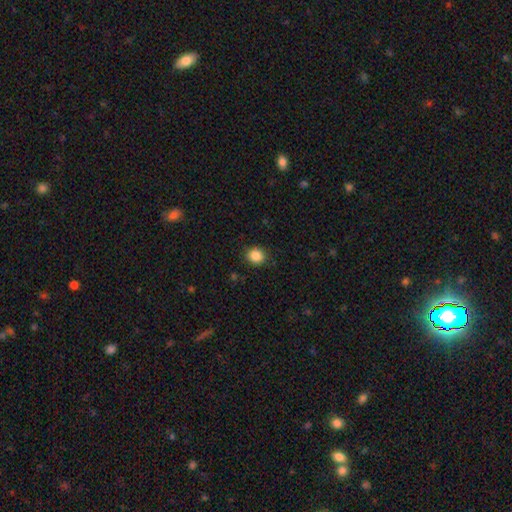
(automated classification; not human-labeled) The model was most divided on "how rounded": round: 73%, in between: 26%, cigar-shaped: 1%. More confident: merging — none (87%); smooth or featured — smooth (87%).